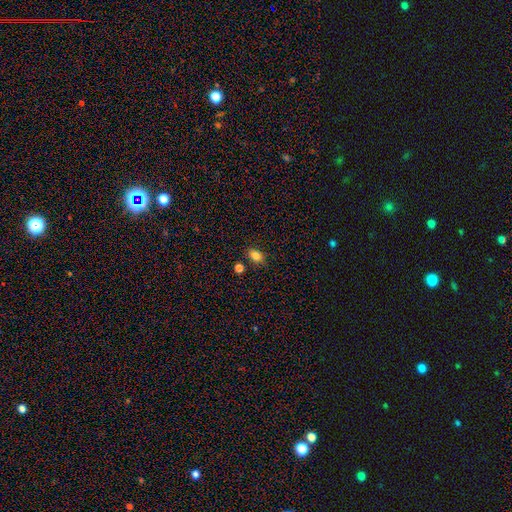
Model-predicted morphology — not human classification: smooth_or_featured: smooth (p=0.82) [alt: star or artifact p=0.11]
how_rounded: in between (p=0.76) [alt: round p=0.22]
merging: none (p=0.82) [alt: minor disturbance p=0.11]